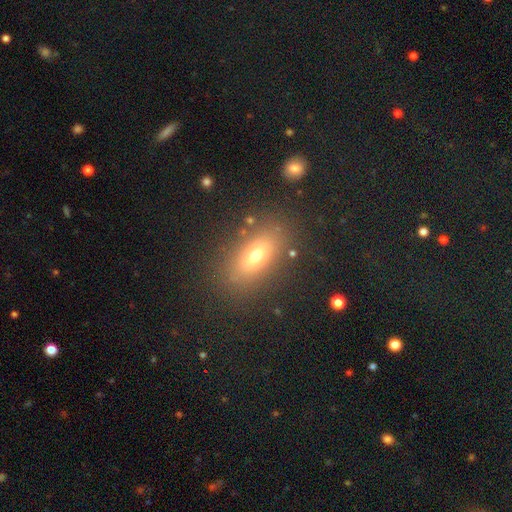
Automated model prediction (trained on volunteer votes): Q: Smooth or featured?
A: smooth (67%); runner-up: featured or disk (19%)
Q: How rounded?
A: in between (78%); runner-up: cigar-shaped (11%)
Q: Merging?
A: none (83%); runner-up: minor disturbance (10%)